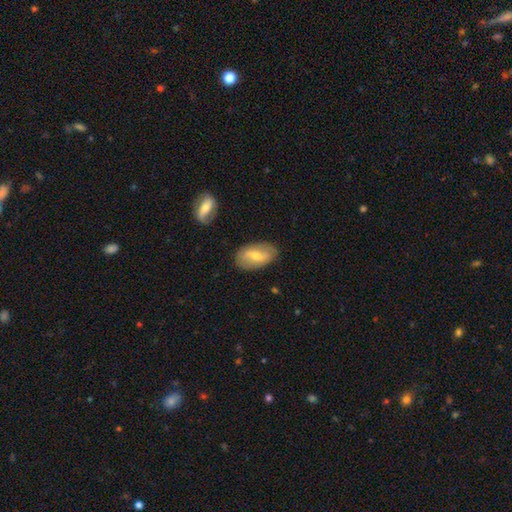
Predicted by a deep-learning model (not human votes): A featured or disk galaxy (51%). Merging: none (81%).